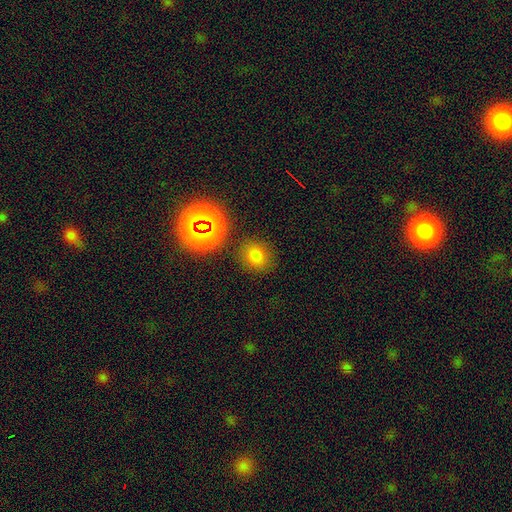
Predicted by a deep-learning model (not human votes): Smooth or featured: smooth — 74% (star or artifact — 20%)
How rounded: round — 71% (in between — 28%)
Merging: none — 82% (minor disturbance — 9%)